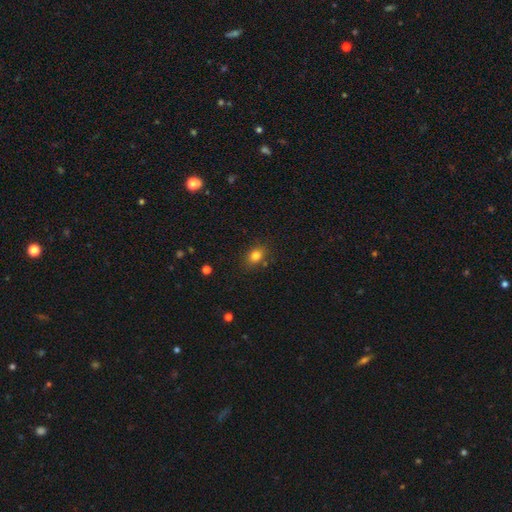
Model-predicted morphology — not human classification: A smooth galaxy with no disk features (82%) that is in between round and cigar-shaped (64%). Merging: none (81%).